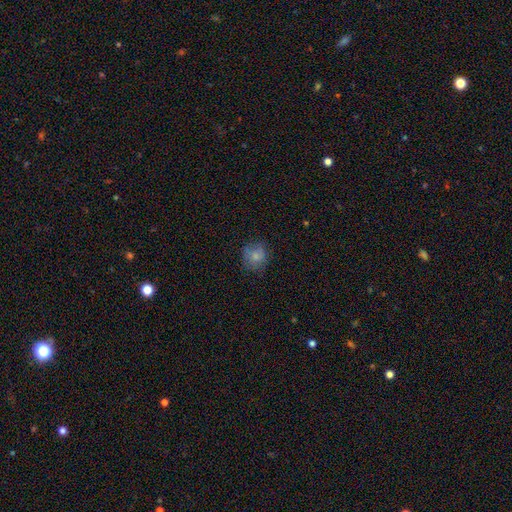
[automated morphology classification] Smooth or featured?
  - smooth: 77% *
  - featured or disk: 14%
  - star or artifact: 9%
How rounded?
  - round: 82% *
  - in between: 17%
  - cigar-shaped: 1%
Merging?
  - none: 72% *
  - minor disturbance: 20%
  - major disturbance: 7%
  - merger: 1%